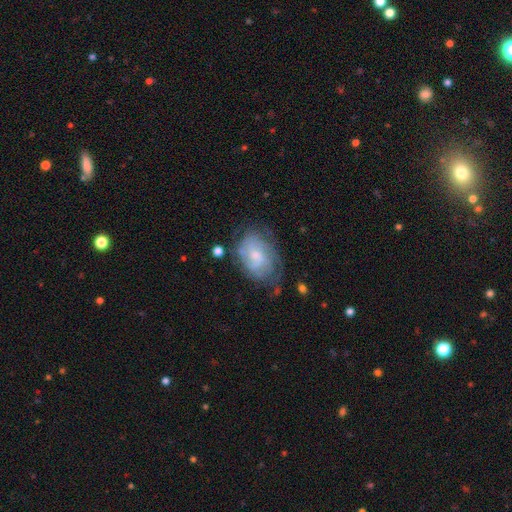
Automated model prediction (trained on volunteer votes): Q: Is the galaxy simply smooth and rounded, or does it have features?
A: featured or disk — 64%.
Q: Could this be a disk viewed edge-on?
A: no — 97%.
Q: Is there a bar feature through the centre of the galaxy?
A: no — 59%.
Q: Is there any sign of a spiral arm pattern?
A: yes — 80%.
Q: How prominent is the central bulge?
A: small — 52%.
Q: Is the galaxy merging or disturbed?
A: none — 56%.